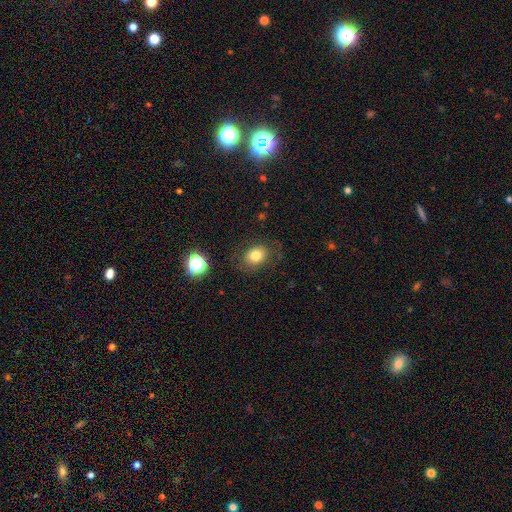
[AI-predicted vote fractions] Smooth or featured? Predicted: smooth (p=0.77). How rounded? Predicted: in between (p=0.54). Merging? Predicted: none (p=0.76).